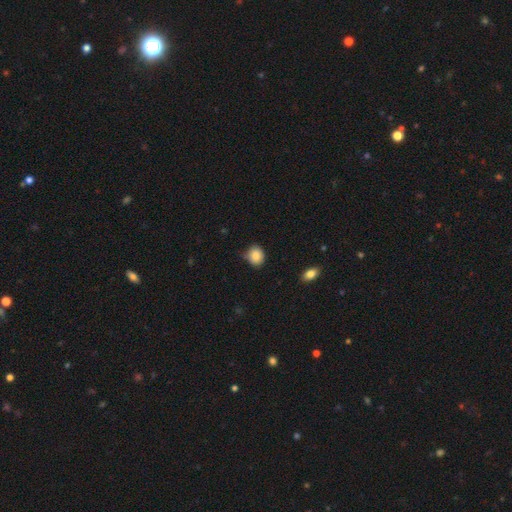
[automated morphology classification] This appears to be a smooth galaxy with no disk features (86%) that is round (71%). Merging: none (74%).